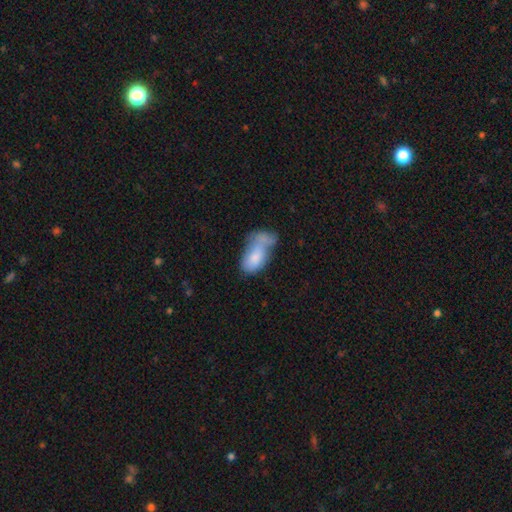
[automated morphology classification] A smooth galaxy with no disk features (72%) that is in between round and cigar-shaped (91%). Merging: merger (44%).